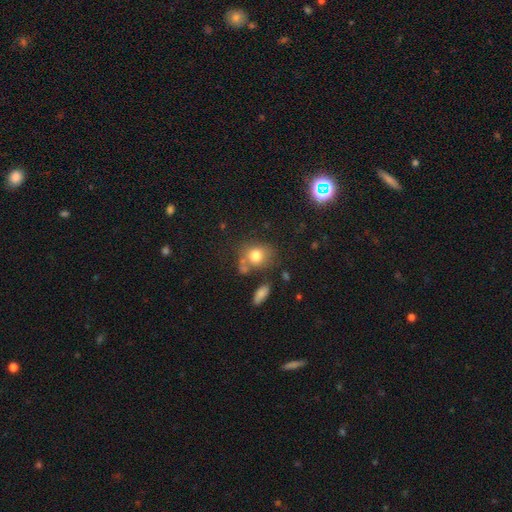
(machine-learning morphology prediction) Smooth or featured? smooth (76%)
How rounded? round (61%)
Merging? none (58%)